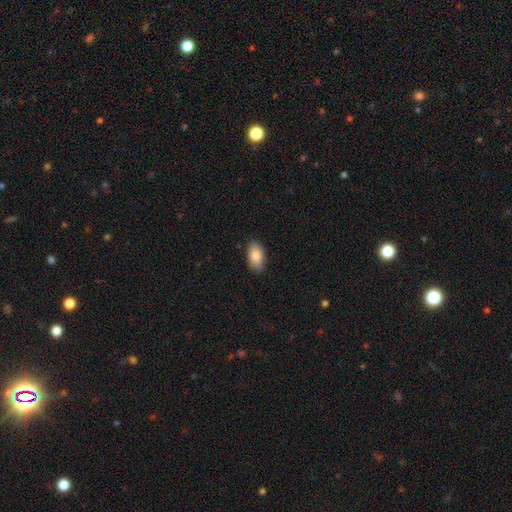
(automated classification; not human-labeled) smooth 86%, featured or disk 7%, star or artifact 7%. Down the decision tree: how rounded — in between (93%); merging — none (86%).